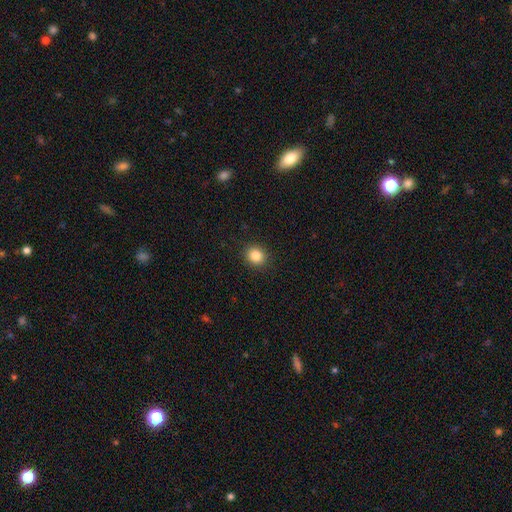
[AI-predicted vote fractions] Q: Smooth or featured?
A: smooth (85%); runner-up: star or artifact (10%)
Q: How rounded?
A: round (75%); runner-up: in between (24%)
Q: Merging?
A: none (90%); runner-up: minor disturbance (6%)